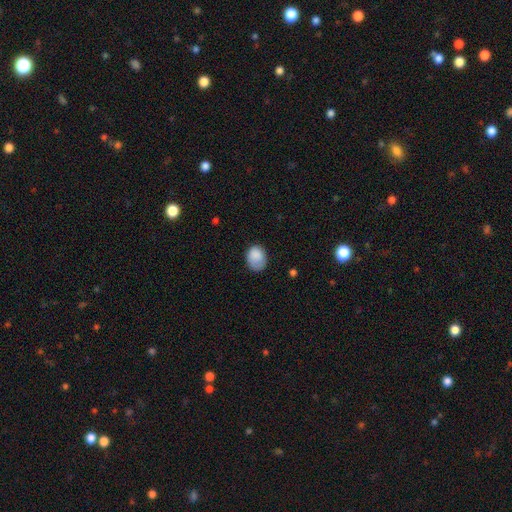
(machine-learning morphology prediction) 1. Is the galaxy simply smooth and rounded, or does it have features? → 85% smooth, 8% star or artifact, 8% featured or disk.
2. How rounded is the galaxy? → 60% in between, 39% round, 1% cigar-shaped.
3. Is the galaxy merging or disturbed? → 60% none, 28% minor disturbance, 10% major disturbance, 2% merger.